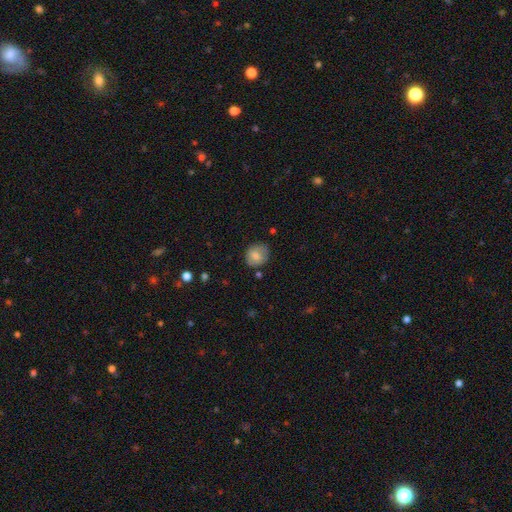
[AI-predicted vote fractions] A smooth galaxy with no disk features (74%) that is round (68%). Merging: none (71%).